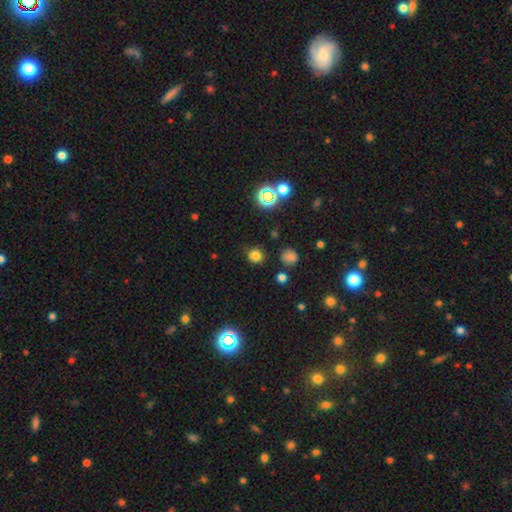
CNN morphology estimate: Overall: smooth (74%). How rounded: round (82%). Merging: none (81%).